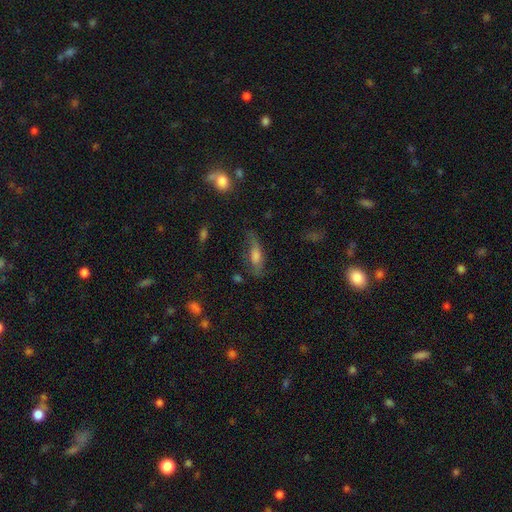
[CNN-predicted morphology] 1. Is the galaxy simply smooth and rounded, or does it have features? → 50% smooth, 38% featured or disk, 12% star or artifact.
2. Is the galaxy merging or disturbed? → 53% none, 27% minor disturbance, 16% major disturbance, 4% merger.